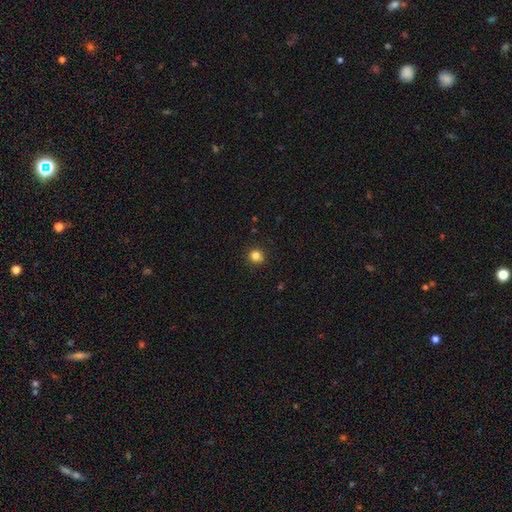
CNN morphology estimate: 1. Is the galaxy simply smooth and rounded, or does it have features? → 82% smooth, 13% star or artifact, 5% featured or disk.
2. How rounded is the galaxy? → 89% round, 10% in between, 1% cigar-shaped.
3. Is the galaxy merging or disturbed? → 88% none, 9% minor disturbance, 2% major disturbance, 1% merger.